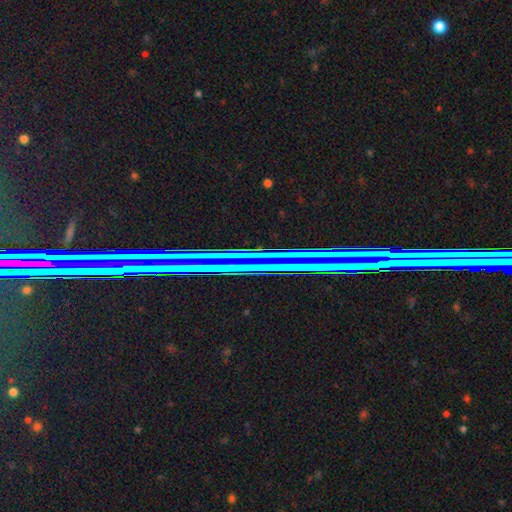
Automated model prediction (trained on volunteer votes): This is likely a star or artifact rather than a galaxy (76%).